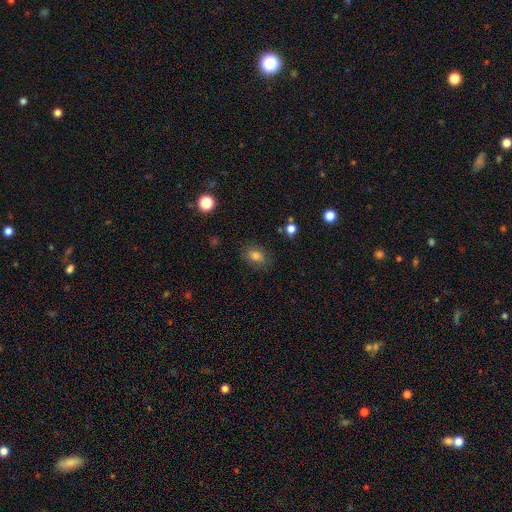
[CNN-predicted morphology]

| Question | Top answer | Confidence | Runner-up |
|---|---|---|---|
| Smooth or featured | smooth | 80% | star or artifact (11%) |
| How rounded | in between | 76% | round (22%) |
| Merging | none | 80% | minor disturbance (15%) |